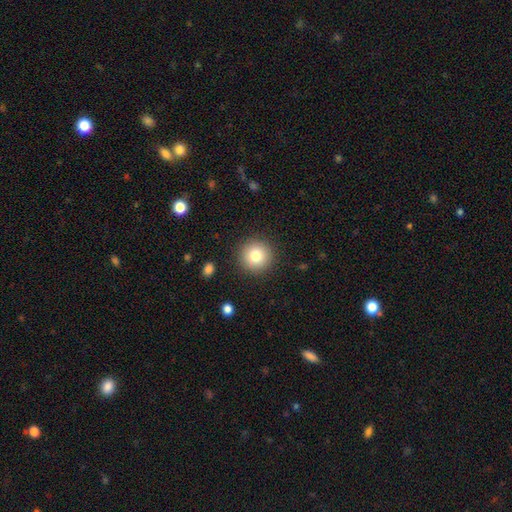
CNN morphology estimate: A smooth galaxy with no disk features (80%) that is round (95%). Merging: none (90%).